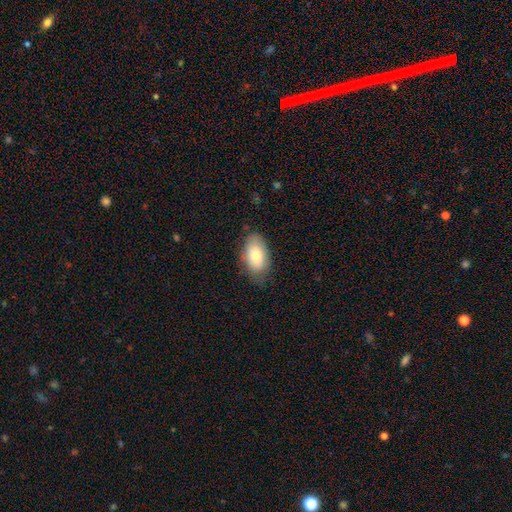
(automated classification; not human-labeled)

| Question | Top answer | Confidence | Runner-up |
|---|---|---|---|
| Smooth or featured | smooth | 78% | featured or disk (15%) |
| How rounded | in between | 93% | round (4%) |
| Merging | none | 73% | minor disturbance (21%) |